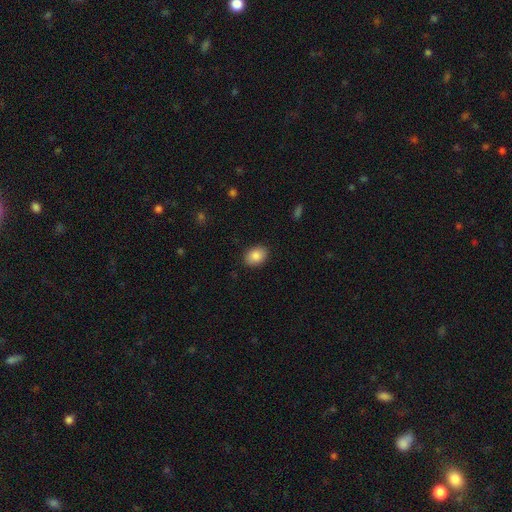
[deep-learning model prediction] Q: Smooth or featured?
A: smooth (87%); runner-up: star or artifact (8%)
Q: How rounded?
A: in between (75%); runner-up: round (24%)
Q: Merging?
A: none (88%); runner-up: minor disturbance (9%)